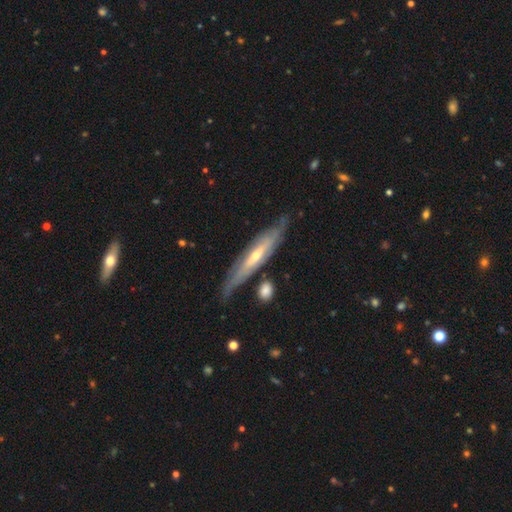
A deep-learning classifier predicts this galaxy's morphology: This is likely a featured or disk galaxy (75%). It is likely viewed edge-on (62%). Merging: likely none (74%).